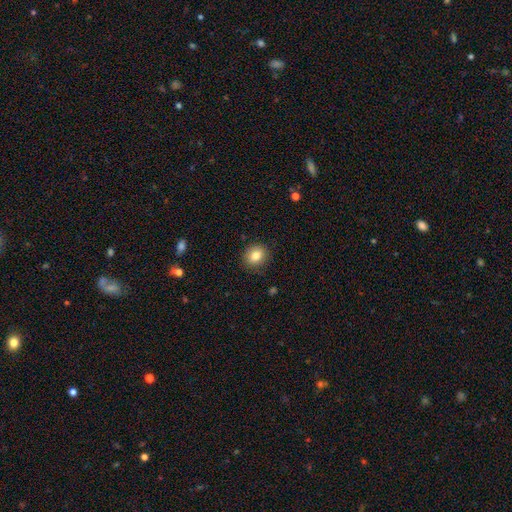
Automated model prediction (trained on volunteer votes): smooth 83%, star or artifact 10%, featured or disk 7%. Down the decision tree: how rounded — round (69%); merging — none (88%).